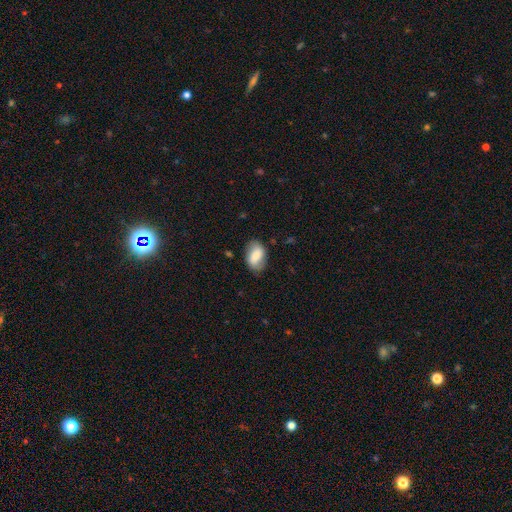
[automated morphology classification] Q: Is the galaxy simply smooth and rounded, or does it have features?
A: smooth — 73%.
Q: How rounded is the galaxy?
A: in between — 89%.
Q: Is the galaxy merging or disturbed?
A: none — 75%.